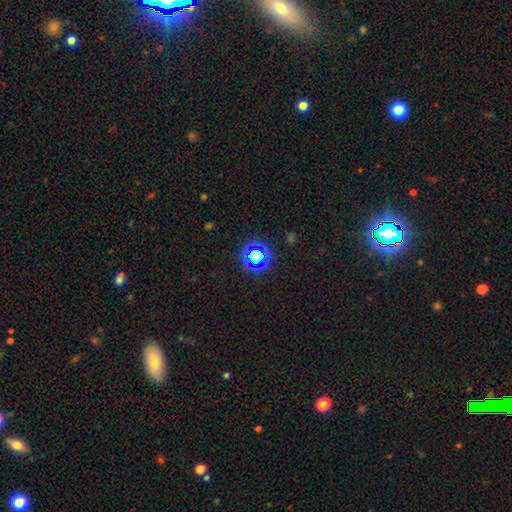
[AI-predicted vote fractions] Smooth or featured: star or artifact — 62% (smooth — 28%)